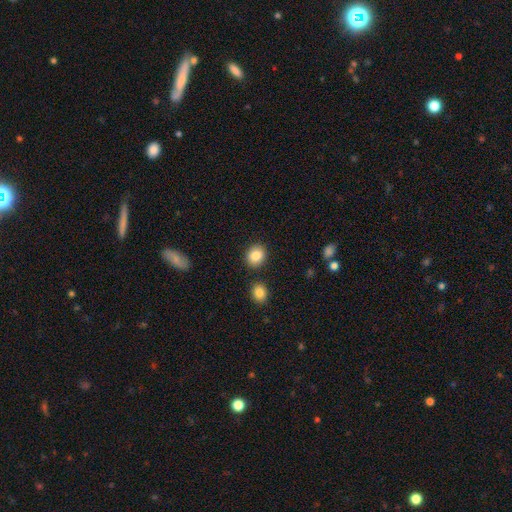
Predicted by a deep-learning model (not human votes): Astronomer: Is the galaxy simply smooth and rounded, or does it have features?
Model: smooth — 86%.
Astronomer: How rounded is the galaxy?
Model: round — 65%.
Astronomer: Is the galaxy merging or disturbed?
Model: none — 85%.